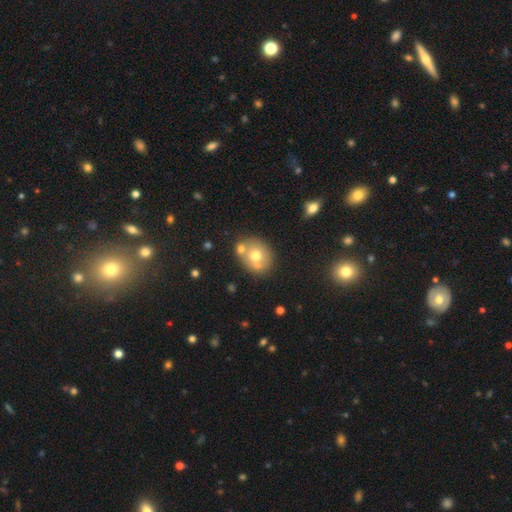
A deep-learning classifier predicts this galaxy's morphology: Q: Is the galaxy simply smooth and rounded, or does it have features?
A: smooth — 63%.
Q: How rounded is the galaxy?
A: round — 66%.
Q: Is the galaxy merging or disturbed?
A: none — 58%.